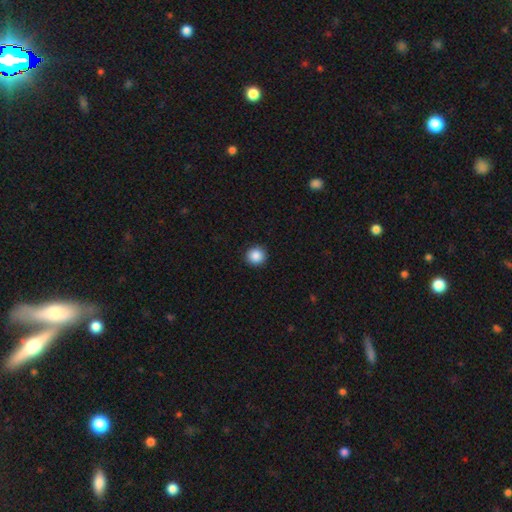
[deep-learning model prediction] Q: Smooth or featured?
A: smooth (88%); runner-up: star or artifact (9%)
Q: How rounded?
A: round (94%); runner-up: in between (5%)
Q: Merging?
A: none (93%); runner-up: minor disturbance (5%)